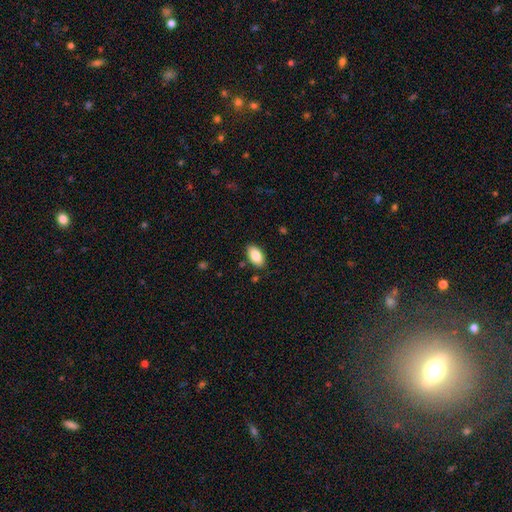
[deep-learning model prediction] This is clearly a smooth galaxy (85%). How rounded: clearly in between (94%). Merging: clearly none (86%).